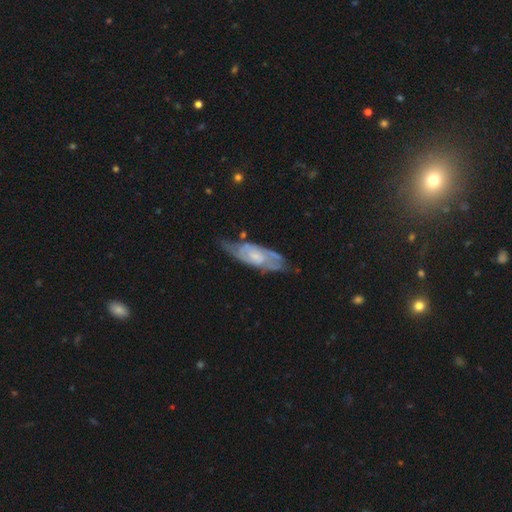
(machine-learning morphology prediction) A featured or disk galaxy (74%) with no bar (58%), 2 (52%) tight (43%) spiral arms (84%) and a small central bulge (51%). Merging: none (58%).